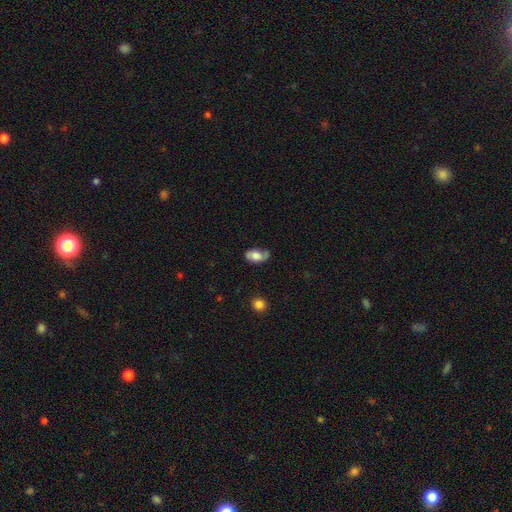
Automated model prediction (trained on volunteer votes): Smooth or featured? Predicted: smooth (p=0.58). How rounded? Predicted: in between (p=0.90). Merging? Predicted: none (p=0.54).